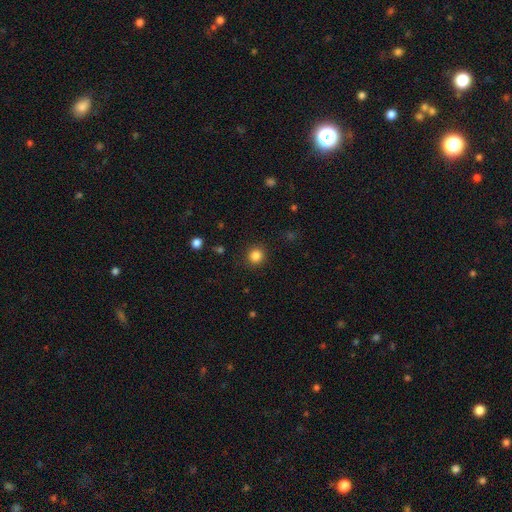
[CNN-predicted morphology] This is clearly a smooth galaxy (85%). How rounded: clearly round (92%). Merging: clearly none (90%).